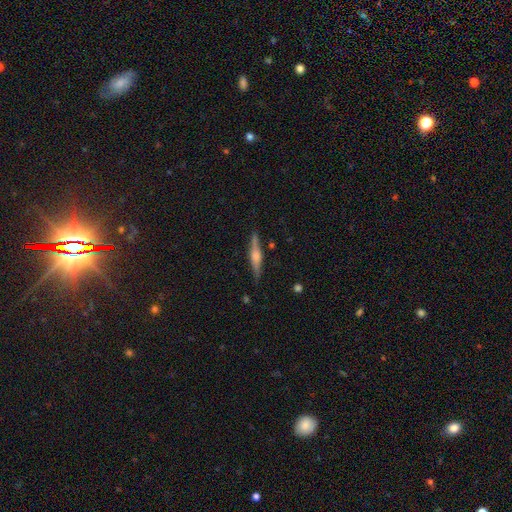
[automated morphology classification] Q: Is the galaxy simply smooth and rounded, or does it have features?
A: featured or disk — 68%.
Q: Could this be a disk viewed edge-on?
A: yes — 98%.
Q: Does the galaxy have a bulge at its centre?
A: rounded — 75%.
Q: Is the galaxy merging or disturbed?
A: none — 86%.